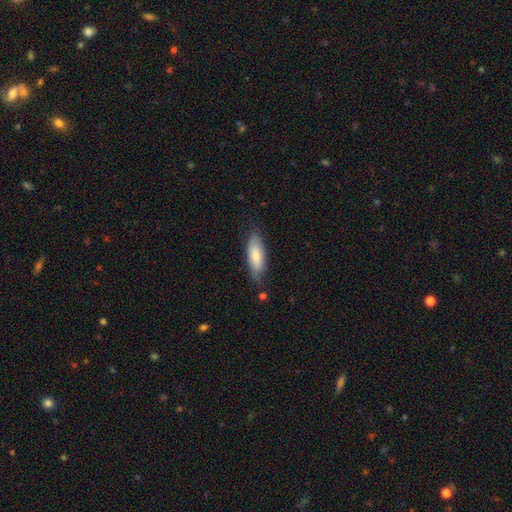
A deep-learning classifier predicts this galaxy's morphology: This appears to be a smooth galaxy with no disk features (76%) that is in between round and cigar-shaped (74%). Merging: none (67%).